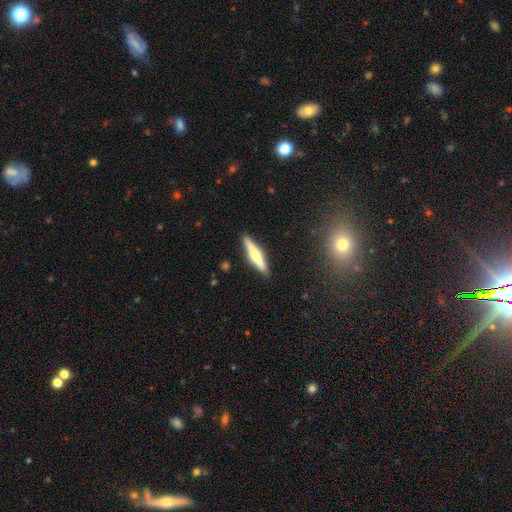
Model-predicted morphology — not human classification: featured or disk 52%, smooth 42%, star or artifact 6%. Down the decision tree: edge-on disk — yes (95%); merging — none (89%).